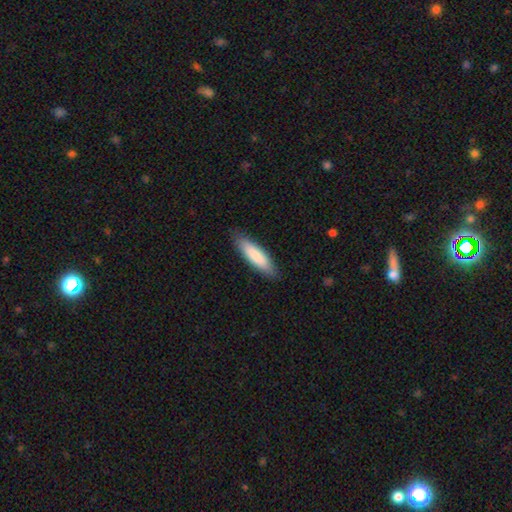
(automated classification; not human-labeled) smooth-or-featured: smooth: 83% | featured or disk: 11% | star or artifact: 5%
  how-rounded: cigar-shaped: 63% | in between: 36% | round: 1%
  merging: none: 86% | minor disturbance: 11% | major disturbance: 2% | merger: 1%